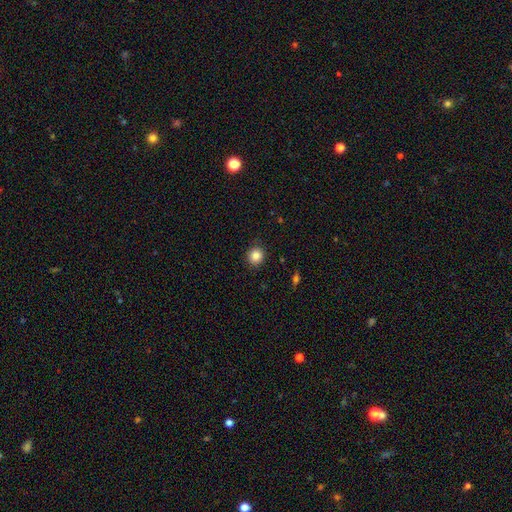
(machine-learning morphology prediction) This appears to be a smooth galaxy with no disk features (85%) that is round (90%). Merging: none (90%).